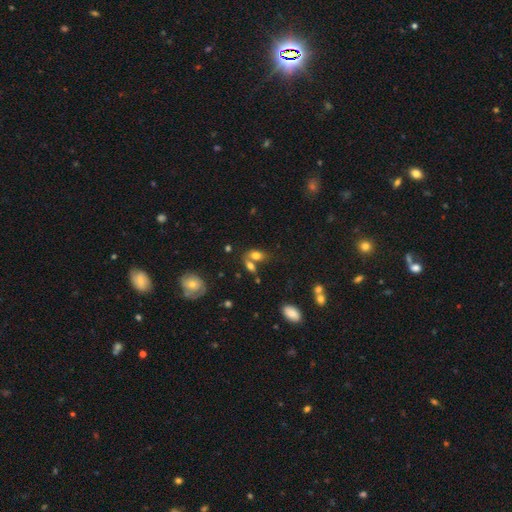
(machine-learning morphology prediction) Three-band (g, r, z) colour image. It shows a smooth galaxy with no disk features (75%) that is in between round and cigar-shaped (82%). Merging: merger (42%).